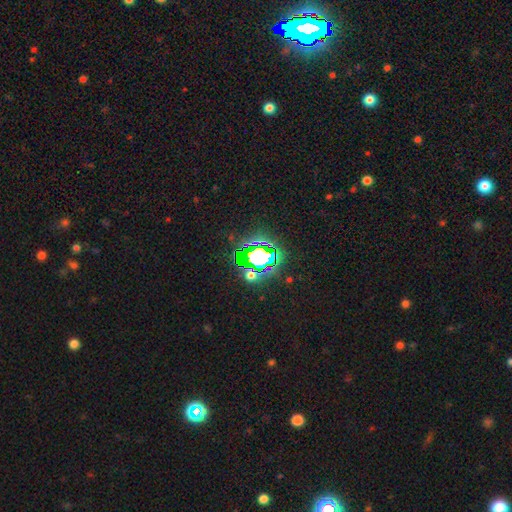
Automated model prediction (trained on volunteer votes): Smooth or featured? Predicted: star or artifact (p=0.65).